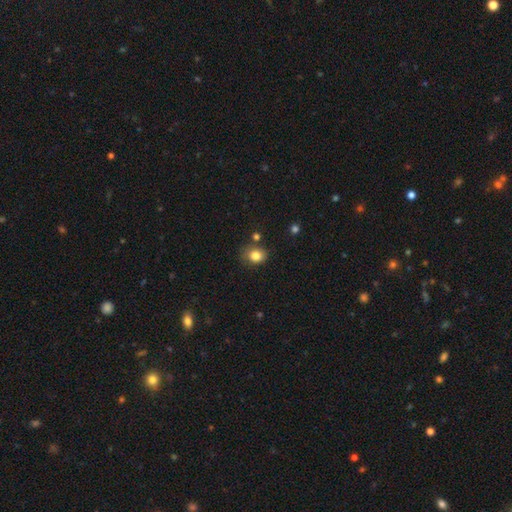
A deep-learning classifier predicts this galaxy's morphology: Smooth or featured? Predicted: smooth (p=0.82). How rounded? Predicted: round (p=0.63). Merging? Predicted: none (p=0.73).